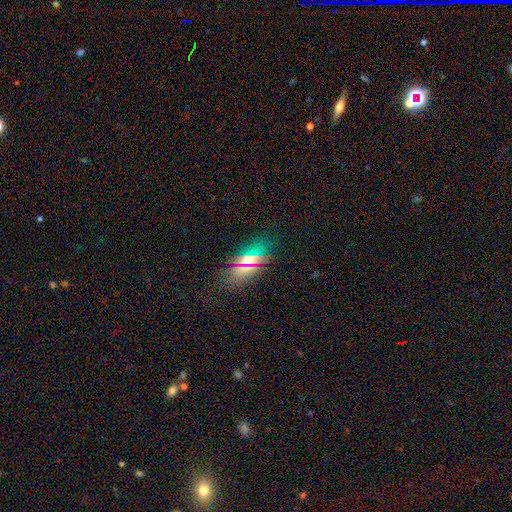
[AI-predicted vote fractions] Smooth or featured? Predicted: smooth (p=0.55). How rounded? Predicted: in between (p=0.76). Merging? Predicted: none (p=0.63).